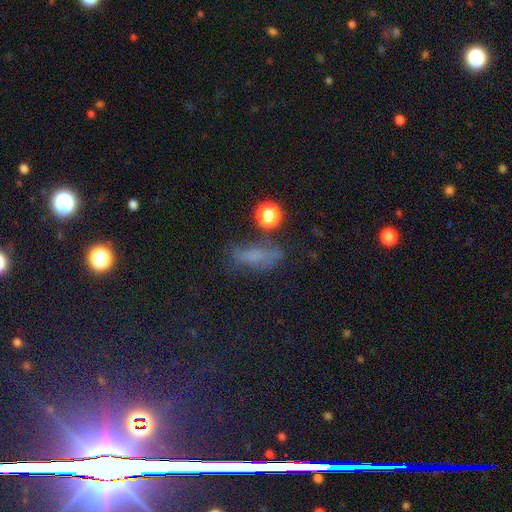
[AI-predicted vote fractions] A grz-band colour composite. It shows a smooth galaxy with no disk features (48%). Merging: none (53%).